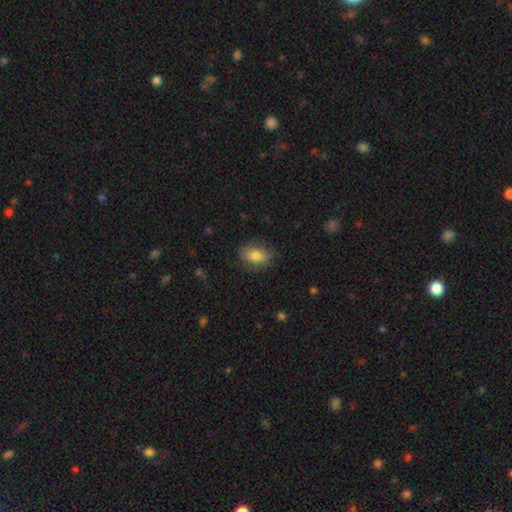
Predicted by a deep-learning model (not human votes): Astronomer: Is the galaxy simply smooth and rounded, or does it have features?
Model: smooth — 80%.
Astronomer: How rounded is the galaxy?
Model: in between — 80%.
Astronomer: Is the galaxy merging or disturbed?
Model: none — 80%.